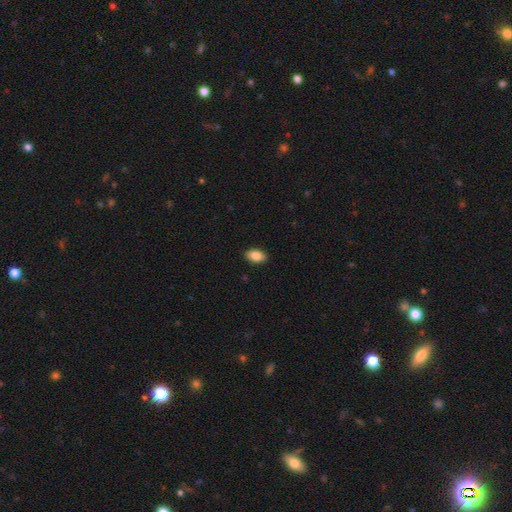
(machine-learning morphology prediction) Smooth or featured? smooth (85%)
How rounded? in between (91%)
Merging? none (89%)